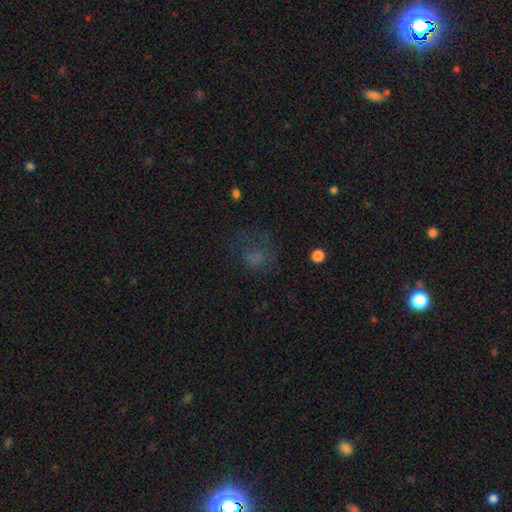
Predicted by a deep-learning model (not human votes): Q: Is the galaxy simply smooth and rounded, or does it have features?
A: smooth — 53%.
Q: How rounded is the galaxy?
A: round — 58%.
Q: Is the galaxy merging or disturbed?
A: none — 43%.